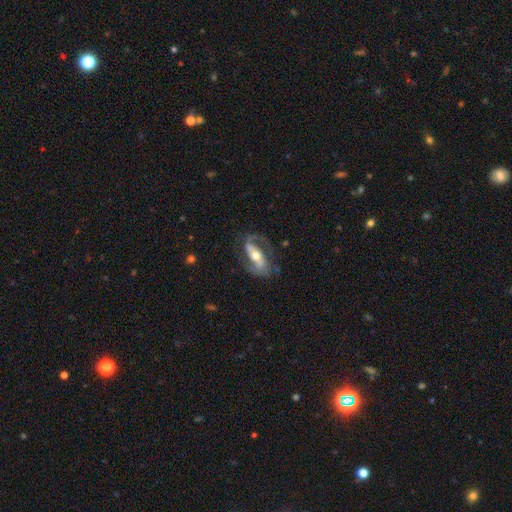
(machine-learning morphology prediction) Smooth or featured? featured or disk (83%)
Edge-on disk? no (91%)
Bar? strong (49%)
Spiral arms? yes (91%)
Spiral winding? medium (46%)
Spiral arm count? 2 (85%)
Bulge size? moderate (67%)
Merging? none (70%)